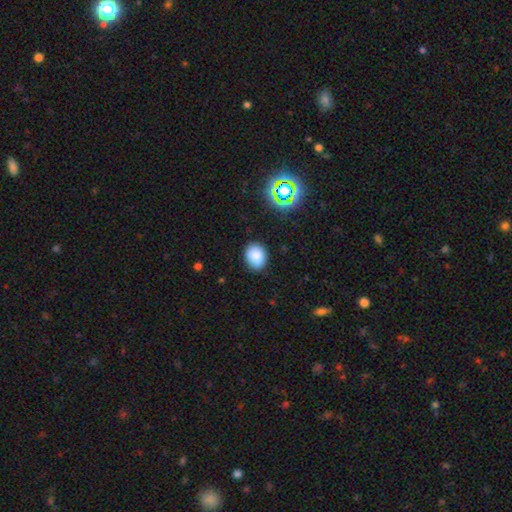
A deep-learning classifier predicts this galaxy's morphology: This appears to be a smooth galaxy with no disk features (84%) that is in between round and cigar-shaped (56%). Merging: none (87%).